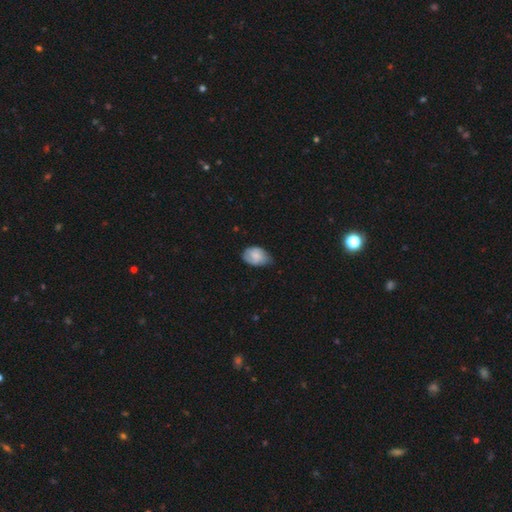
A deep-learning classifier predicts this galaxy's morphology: A smooth galaxy with no disk features (75%) that is in between round and cigar-shaped (83%).

Vote fractions:
- Smooth or featured? smooth: 75% / featured or disk: 18% / star or artifact: 7%
- How rounded? in between: 83% / round: 16% / cigar-shaped: 1%
- Merging? none: 49% / minor disturbance: 42% / major disturbance: 7% / merger: 1%